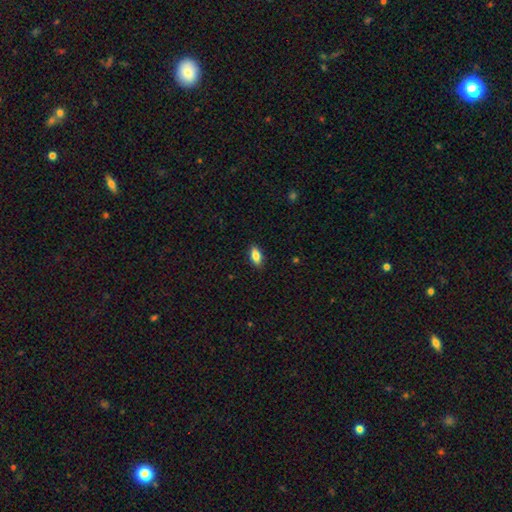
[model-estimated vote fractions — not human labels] Q: Smooth or featured?
A: smooth (81%); runner-up: featured or disk (12%)
Q: How rounded?
A: in between (84%); runner-up: cigar-shaped (12%)
Q: Merging?
A: none (88%); runner-up: minor disturbance (9%)